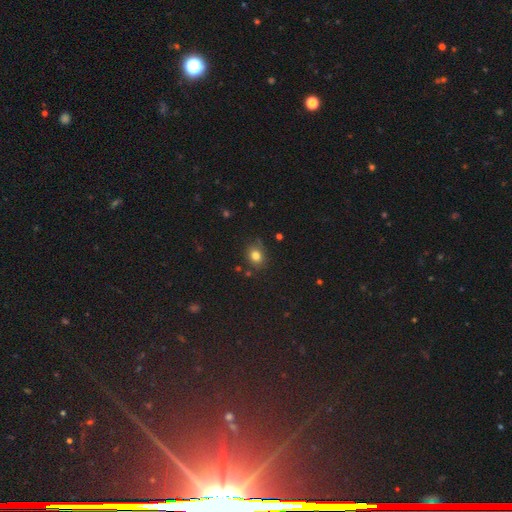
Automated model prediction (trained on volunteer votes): Overall: smooth (80%). How rounded: round (60%; in between 39%). Merging: none (77%).